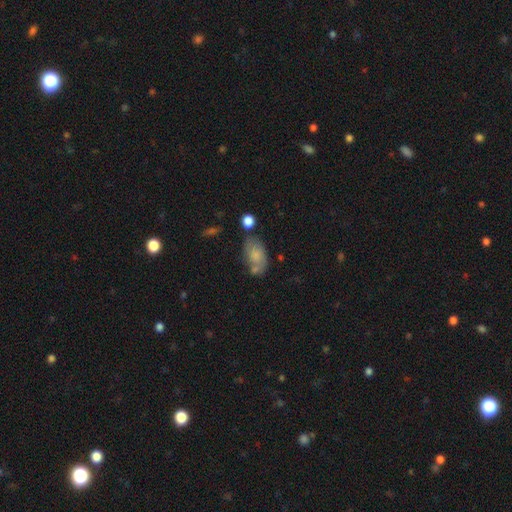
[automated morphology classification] The model was most divided on "merging": none: 51%, minor disturbance: 24%, merger: 16%, major disturbance: 9%. More confident: how rounded — in between (90%); smooth or featured — smooth (69%).